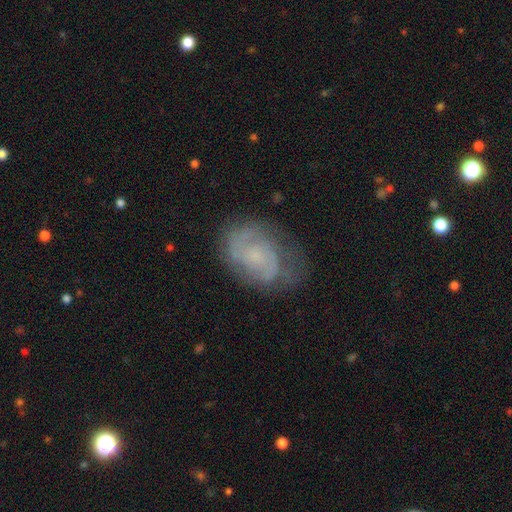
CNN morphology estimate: This is likely a featured or disk galaxy (73%). It is clearly not viewed edge-on (97%). Bar: likely no (65%). Spiral arm pattern: clearly yes (91%). Spiral arm count: likely 2 (73%). Spiral winding: possibly medium (46%). Central bulge: possibly small (50%). Merging: likely none (67%).